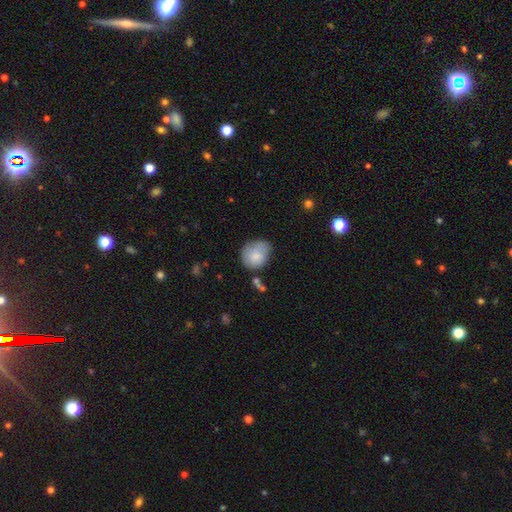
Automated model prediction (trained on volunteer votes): The model was most divided on "merging": none: 49%, minor disturbance: 34%, major disturbance: 10%, merger: 6%. More confident: smooth or featured — smooth (79%); how rounded — round (60%).